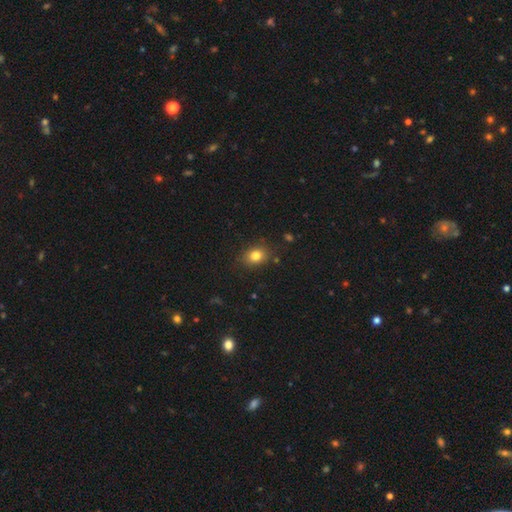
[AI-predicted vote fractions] Smooth or featured: smooth — 82% (star or artifact — 11%)
How rounded: in between — 54% (round — 45%)
Merging: none — 84% (minor disturbance — 11%)